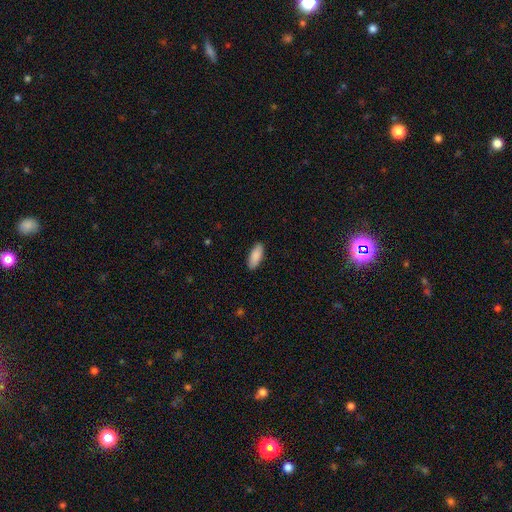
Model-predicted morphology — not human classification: A smooth galaxy with no disk features (89%) that is in between round and cigar-shaped (77%). Merging: none (89%).